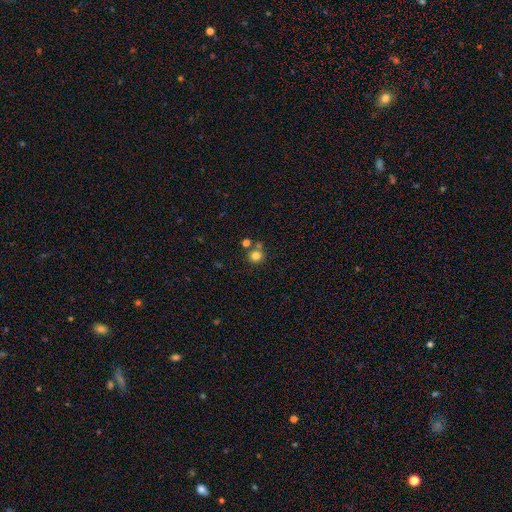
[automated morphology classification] The model was most divided on "merging": none: 68%, merger: 20%, minor disturbance: 8%, major disturbance: 3%. More confident: how rounded — round (91%); smooth or featured — smooth (80%).